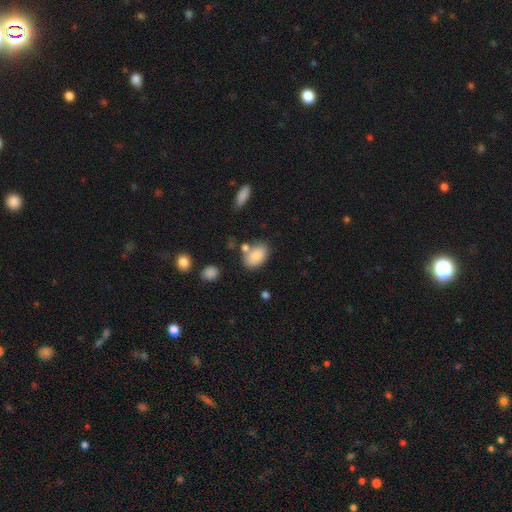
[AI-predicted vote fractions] smooth 85%, star or artifact 8%, featured or disk 8%. Down the decision tree: how rounded — in between (87%); merging — none (66%).